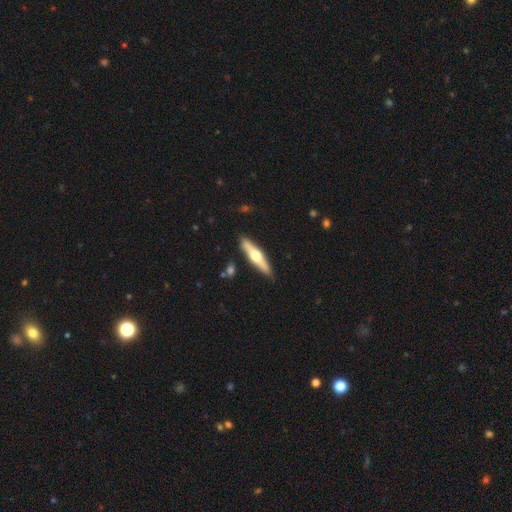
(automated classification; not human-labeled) Smooth or featured: featured or disk — 57% (smooth — 38%)
Edge-on disk: yes — 93% (no — 7%)
Edge-on bulge: rounded — 93% (none — 4%)
Merging: none — 87% (minor disturbance — 9%)